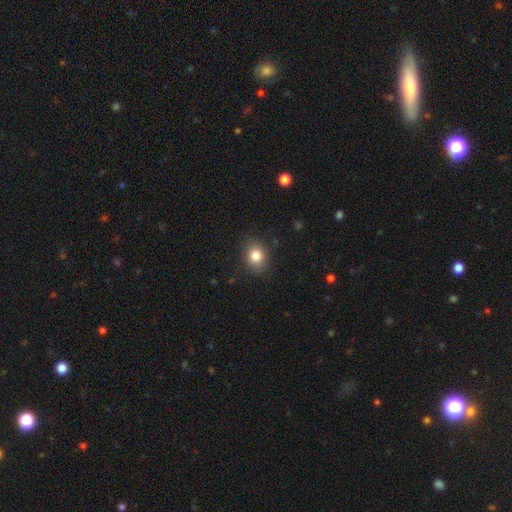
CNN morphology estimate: This is clearly a smooth galaxy (82%). How rounded: possibly round (57%). Merging: clearly none (85%).